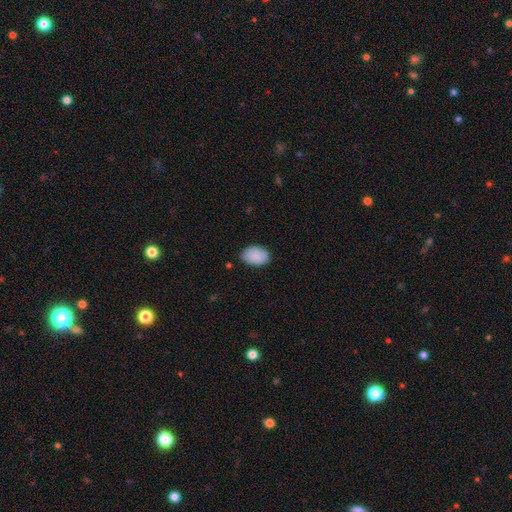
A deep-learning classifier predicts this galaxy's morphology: This is clearly a smooth galaxy (89%). How rounded: clearly in between (88%). Merging: clearly none (81%).